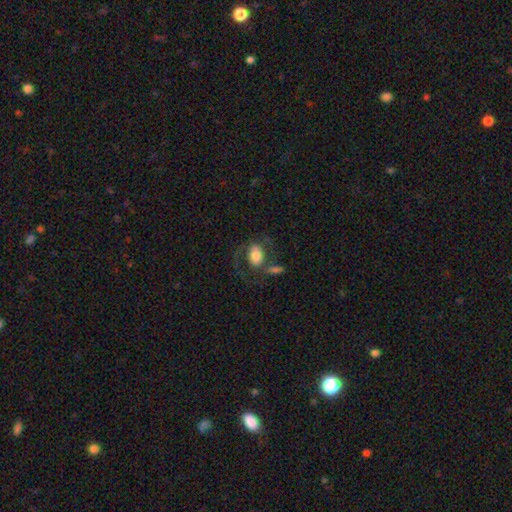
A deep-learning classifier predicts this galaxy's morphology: This is likely a smooth galaxy (66%). How rounded: clearly in between (81%). Merging: marginally none (44%).